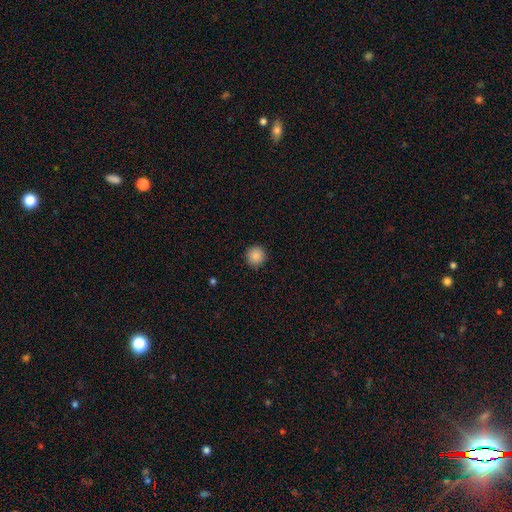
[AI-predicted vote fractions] A smooth galaxy with no disk features (87%) that is round (95%). Merging: none (92%).